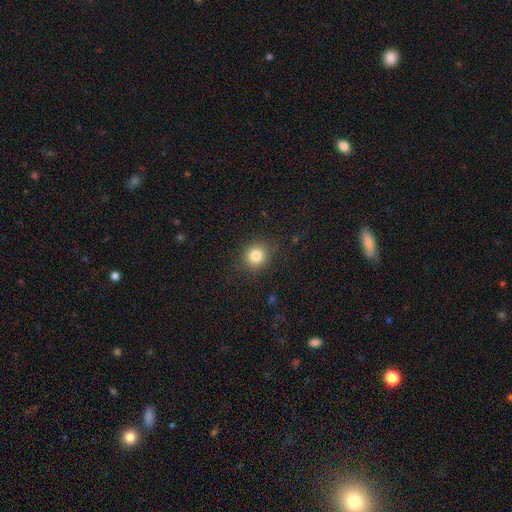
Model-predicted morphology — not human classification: smooth-or-featured: smooth: 82% | star or artifact: 12% | featured or disk: 6%
  how-rounded: round: 85% | in between: 14% | cigar-shaped: 1%
  merging: none: 88% | minor disturbance: 8% | major disturbance: 3% | merger: 1%